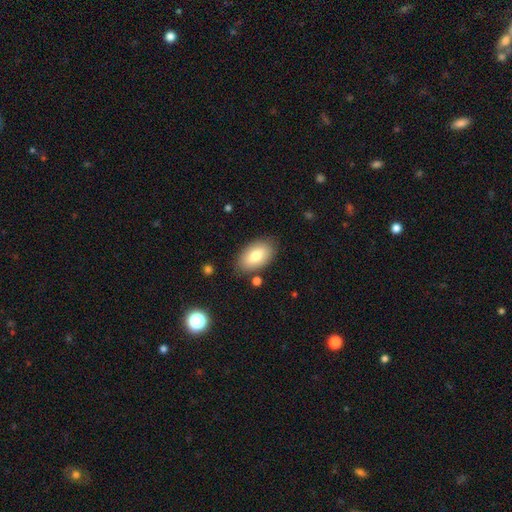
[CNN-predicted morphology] The model was most divided on "smooth or featured": smooth: 78%, featured or disk: 15%, star or artifact: 7%. More confident: how rounded — in between (94%); merging — none (82%).